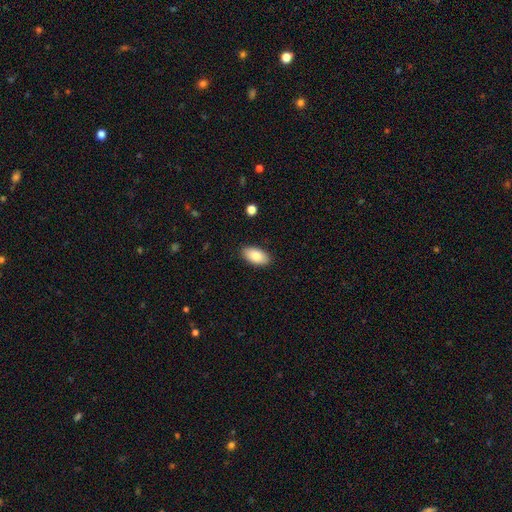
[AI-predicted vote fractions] Morphology: type=smooth (83%); roundness=in between (94%); merging=none (88%).